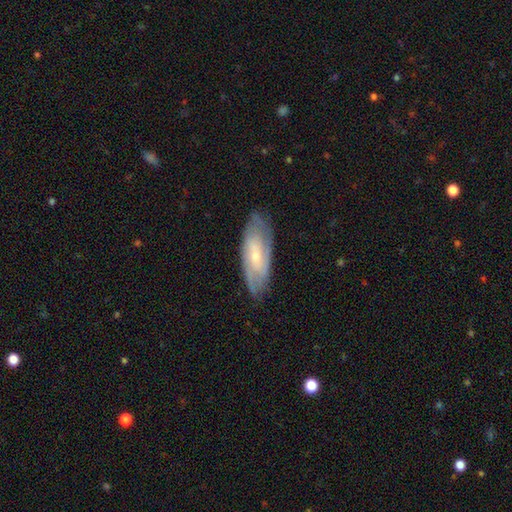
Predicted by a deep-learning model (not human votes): smooth_or_featured: featured or disk (p=0.68) [alt: smooth p=0.26]
disk_edge_on: no (p=0.85) [alt: yes p=0.15]
bar: no (p=0.50) [alt: weak p=0.39]
has_spiral_arms: yes (p=0.87) [alt: no p=0.13]
spiral_winding: tight (p=0.51) [alt: medium p=0.37]
spiral_arm_count: can't tell (p=0.42) [alt: 2 p=0.35]
bulge_size: small (p=0.67) [alt: moderate p=0.28]
merging: none (p=0.77) [alt: minor disturbance p=0.17]